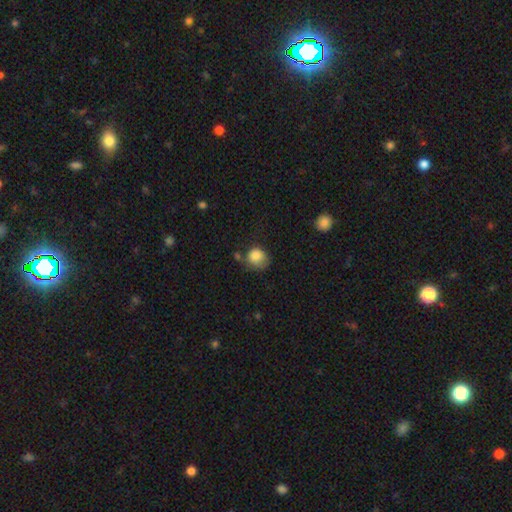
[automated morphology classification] Smooth or featured?
  - smooth: 85% *
  - star or artifact: 9%
  - featured or disk: 7%
How rounded?
  - round: 75% *
  - in between: 24%
  - cigar-shaped: 1%
Merging?
  - none: 47% *
  - minor disturbance: 33%
  - major disturbance: 13%
  - merger: 7%